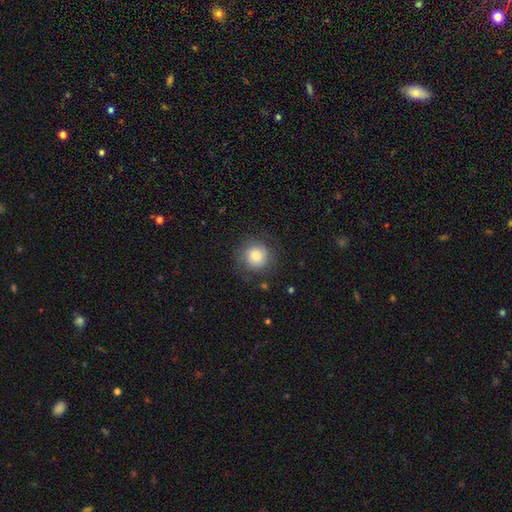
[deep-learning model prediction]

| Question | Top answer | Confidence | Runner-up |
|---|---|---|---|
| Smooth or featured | smooth | 80% | featured or disk (11%) |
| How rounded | round | 93% | in between (6%) |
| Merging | none | 79% | minor disturbance (13%) |